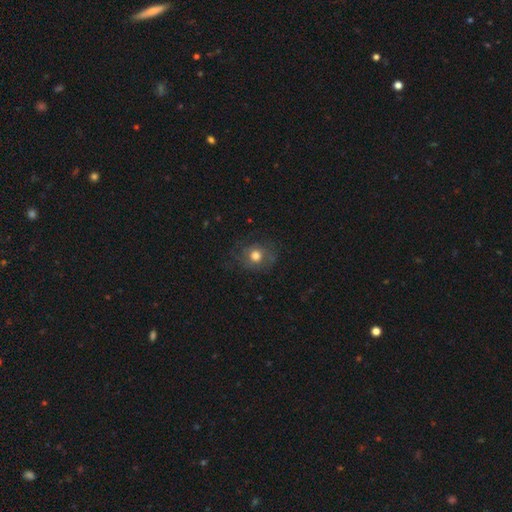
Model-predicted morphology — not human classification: type=smooth (62%); roundness=round (77%); merging=none (69%).